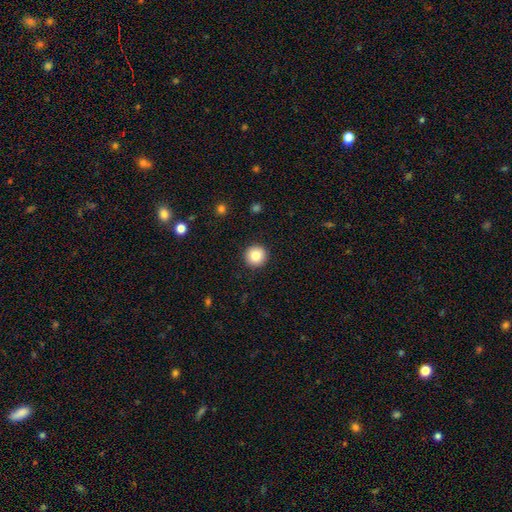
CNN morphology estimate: Q: Smooth or featured?
A: smooth (83%); runner-up: star or artifact (9%)
Q: How rounded?
A: round (96%); runner-up: in between (3%)
Q: Merging?
A: none (93%); runner-up: minor disturbance (5%)